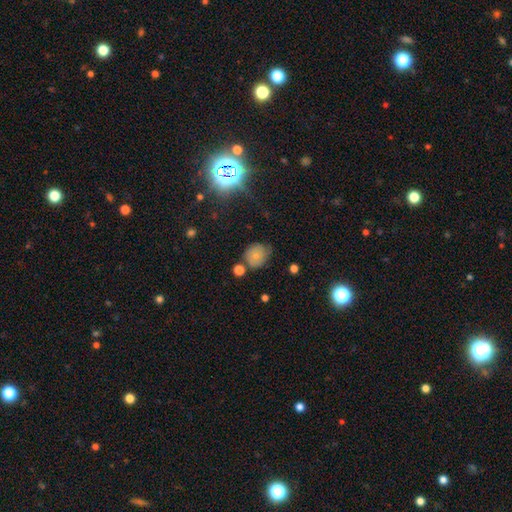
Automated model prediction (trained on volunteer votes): A smooth galaxy with no disk features (69%) that is round (74%).

Vote fractions:
- Smooth or featured? smooth: 69% / featured or disk: 19% / star or artifact: 12%
- How rounded? round: 74% / in between: 25% / cigar-shaped: 1%
- Merging? none: 60% / minor disturbance: 27% / merger: 7% / major disturbance: 7%